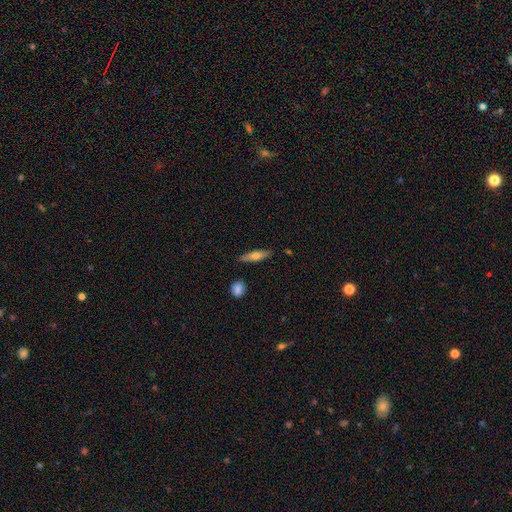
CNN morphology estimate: smooth_or_featured: smooth (p=0.61) [alt: featured or disk p=0.33]
how_rounded: cigar-shaped (p=0.67) [alt: in between p=0.30]
merging: none (p=0.83) [alt: minor disturbance p=0.12]